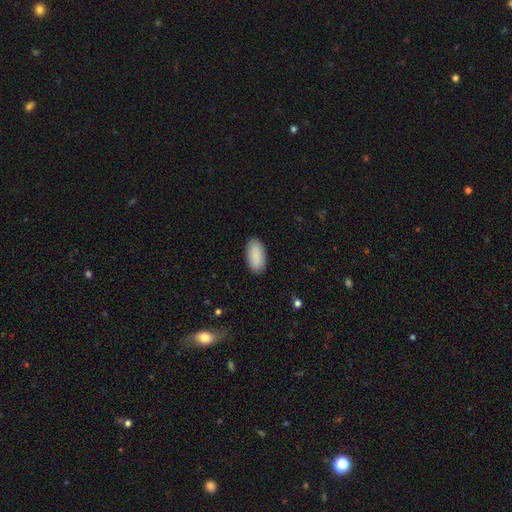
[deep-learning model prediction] Morphology: type=smooth (91%); roundness=in between (94%); merging=none (89%).